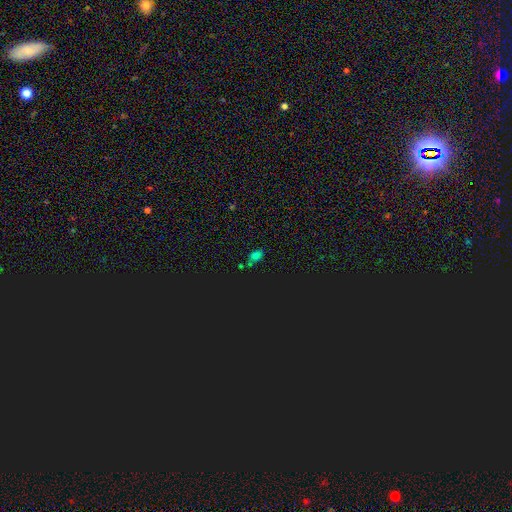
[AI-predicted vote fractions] Smooth or featured? Predicted: smooth (p=0.52). How rounded? Predicted: in between (p=0.78). Merging? Predicted: none (p=0.64).